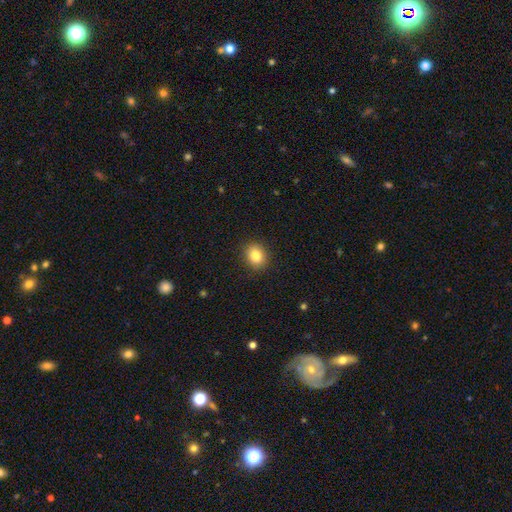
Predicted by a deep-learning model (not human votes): smooth 84%, star or artifact 10%, featured or disk 6%. Down the decision tree: how rounded — round (63%); merging — none (90%).